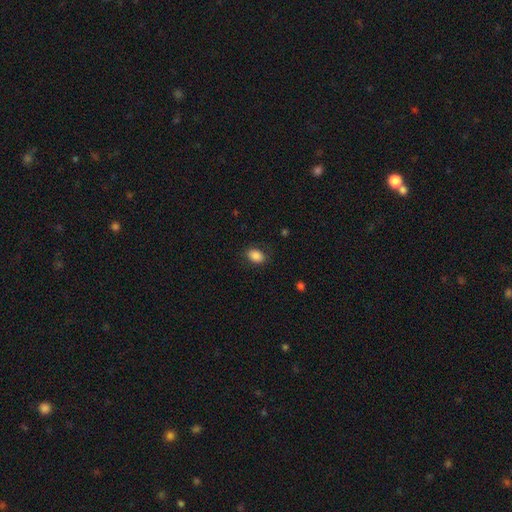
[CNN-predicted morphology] The model was most divided on "how rounded": in between: 78%, round: 21%, cigar-shaped: 1%. More confident: smooth or featured — smooth (87%); merging — none (82%).